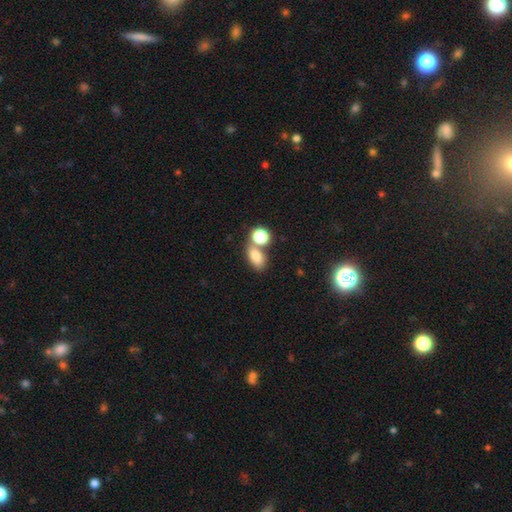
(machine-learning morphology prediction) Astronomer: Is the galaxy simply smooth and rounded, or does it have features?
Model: smooth — 79%.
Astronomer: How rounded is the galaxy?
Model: in between — 78%.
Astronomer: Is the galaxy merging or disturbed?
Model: none — 48% (runner-up: merger, 37%).